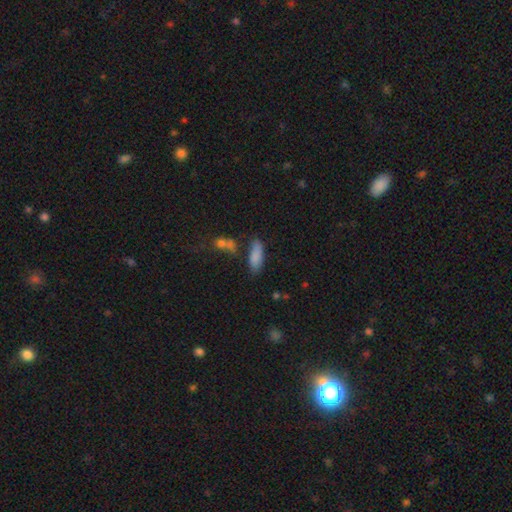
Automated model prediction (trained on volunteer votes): Smooth or featured? smooth (84%)
How rounded? in between (64%)
Merging? none (69%)